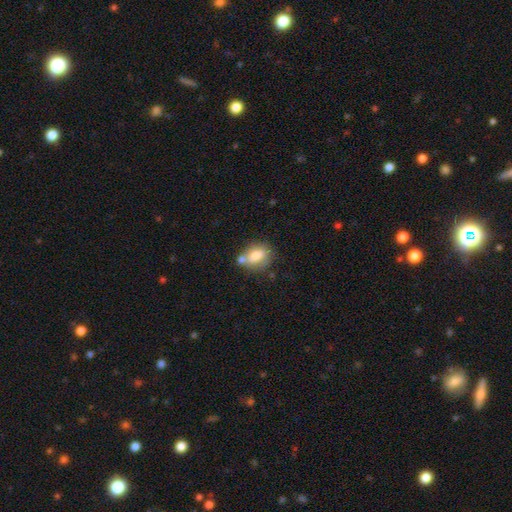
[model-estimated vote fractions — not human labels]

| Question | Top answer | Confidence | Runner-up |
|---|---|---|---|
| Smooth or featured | smooth | 76% | featured or disk (16%) |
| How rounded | in between | 71% | round (26%) |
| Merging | none | 52% | merger (24%) |